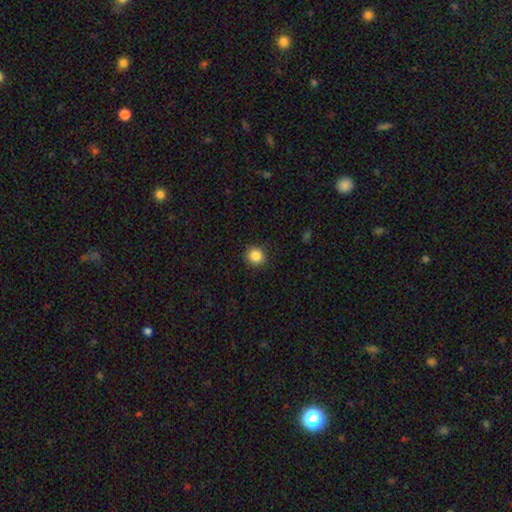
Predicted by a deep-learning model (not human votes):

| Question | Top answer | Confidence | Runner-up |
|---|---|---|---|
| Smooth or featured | smooth | 86% | star or artifact (10%) |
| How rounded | round | 89% | in between (10%) |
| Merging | none | 91% | minor disturbance (6%) |